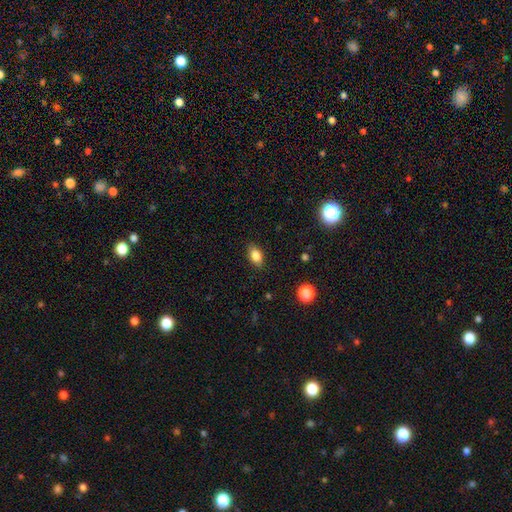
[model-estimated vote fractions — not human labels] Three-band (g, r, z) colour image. It shows a smooth galaxy with no disk features (84%) that is in between round and cigar-shaped (87%). Merging: none (86%).